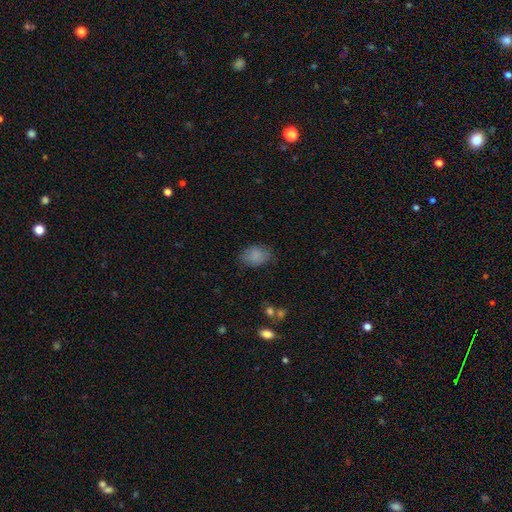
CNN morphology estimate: Smooth or featured? Predicted: smooth (p=0.85). How rounded? Predicted: in between (p=0.83). Merging? Predicted: none (p=0.75).